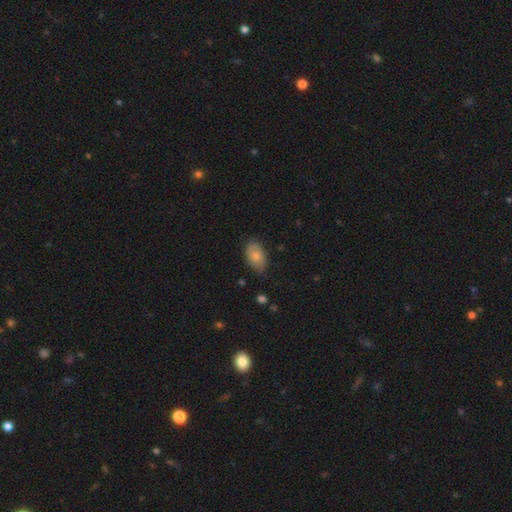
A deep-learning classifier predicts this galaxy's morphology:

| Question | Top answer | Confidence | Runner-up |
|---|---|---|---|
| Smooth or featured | smooth | 76% | featured or disk (17%) |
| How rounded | in between | 92% | round (7%) |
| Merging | none | 75% | minor disturbance (20%) |